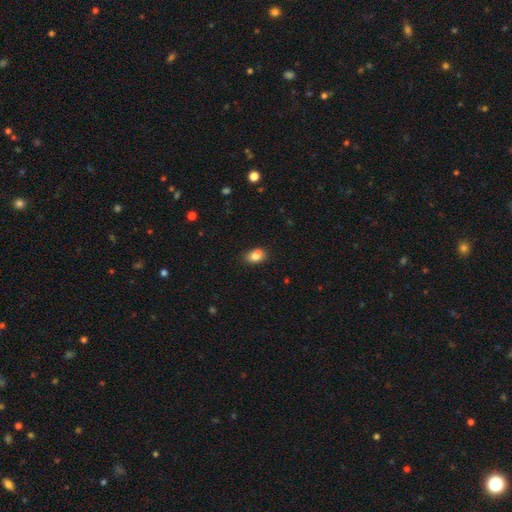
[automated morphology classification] This appears to be a smooth galaxy with no disk features (85%) that is in between round and cigar-shaped (85%). Merging: none (71%).